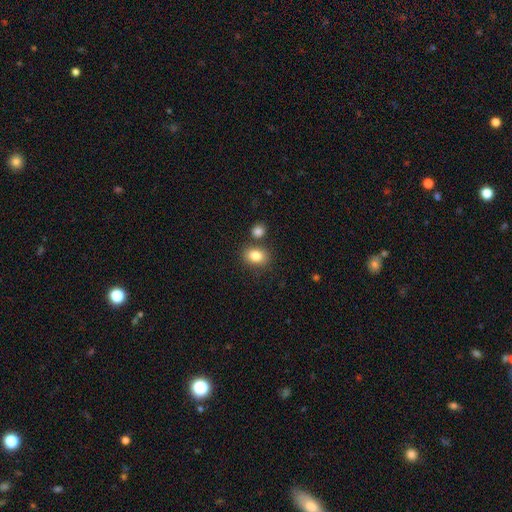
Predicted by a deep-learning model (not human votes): smooth-or-featured: smooth: 83% | star or artifact: 10% | featured or disk: 7%
  how-rounded: in between: 57% | round: 42% | cigar-shaped: 1%
  merging: none: 72% | merger: 14% | minor disturbance: 11% | major disturbance: 3%